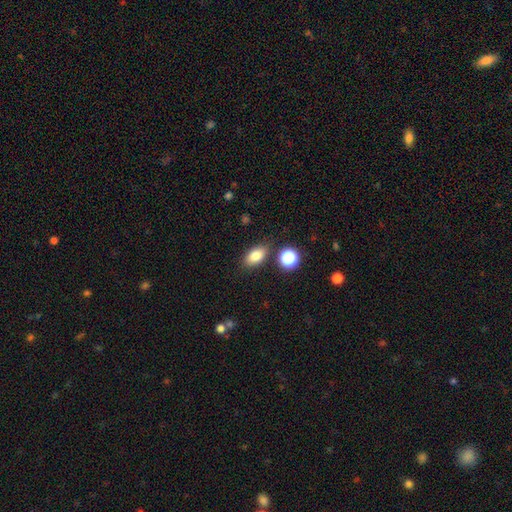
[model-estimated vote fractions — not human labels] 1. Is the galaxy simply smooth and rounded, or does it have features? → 83% smooth, 10% star or artifact, 8% featured or disk.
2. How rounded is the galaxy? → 86% in between, 11% round, 3% cigar-shaped.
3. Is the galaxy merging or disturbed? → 82% none, 10% minor disturbance, 5% merger, 3% major disturbance.